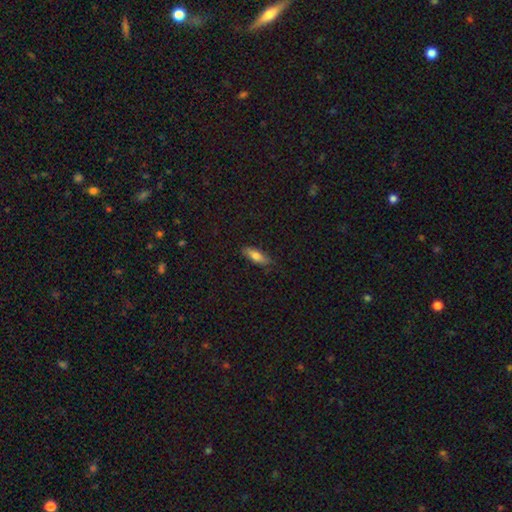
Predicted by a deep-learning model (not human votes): smooth-or-featured: smooth: 75% | featured or disk: 18% | star or artifact: 7%
  how-rounded: in between: 58% | cigar-shaped: 40% | round: 2%
  merging: none: 80% | minor disturbance: 16% | major disturbance: 3% | merger: 1%